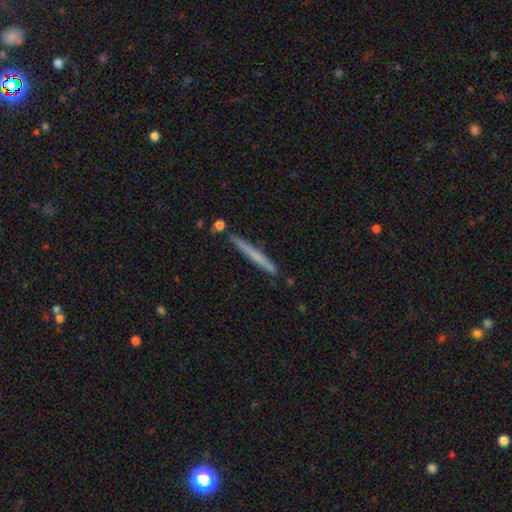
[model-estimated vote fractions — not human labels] Smooth or featured? smooth (54%)
How rounded? cigar-shaped (97%)
Merging? none (85%)